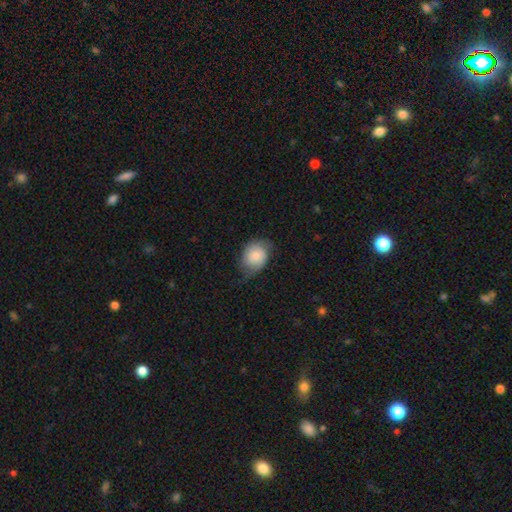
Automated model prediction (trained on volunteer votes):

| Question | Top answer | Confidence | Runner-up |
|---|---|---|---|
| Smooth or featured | smooth | 68% | featured or disk (24%) |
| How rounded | in between | 51% | round (49%) |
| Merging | none | 49% | minor disturbance (37%) |